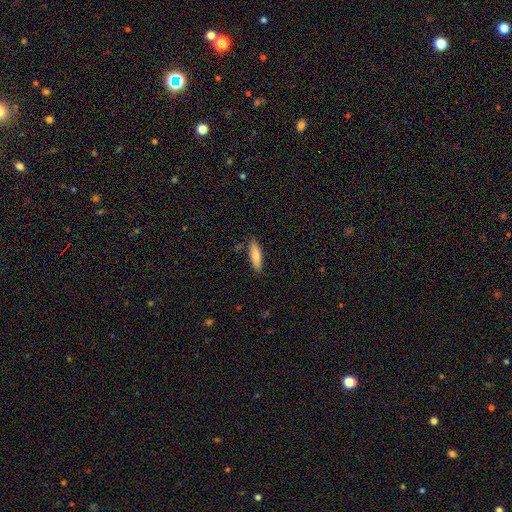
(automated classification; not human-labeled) This appears to be a smooth galaxy with no disk features (78%) that is cigar-shaped (61%). Merging: none (85%).